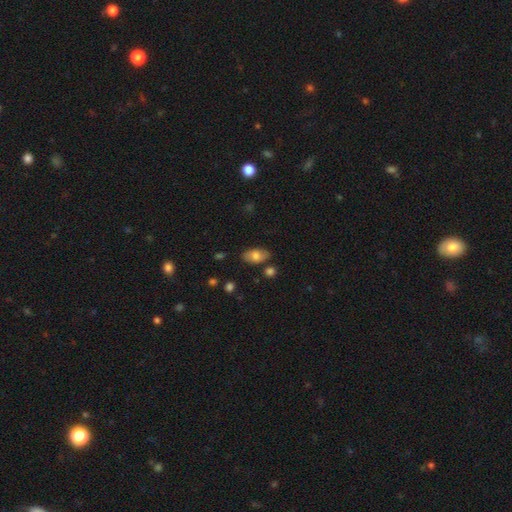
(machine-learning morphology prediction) Smooth or featured? smooth (76%)
How rounded? in between (92%)
Merging? none (80%)